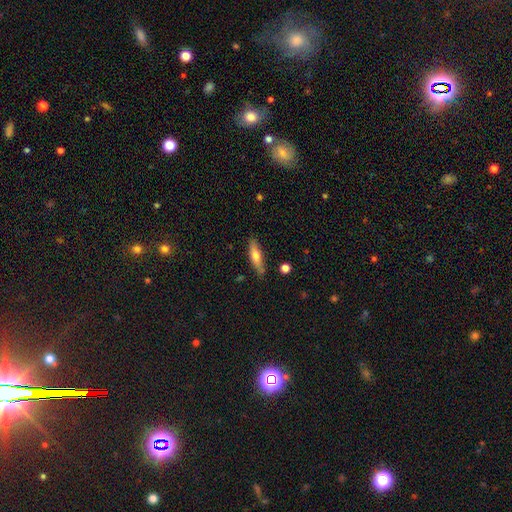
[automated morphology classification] Smooth or featured: smooth — 58% (featured or disk — 35%)
How rounded: cigar-shaped — 65% (in between — 33%)
Merging: none — 81% (minor disturbance — 13%)